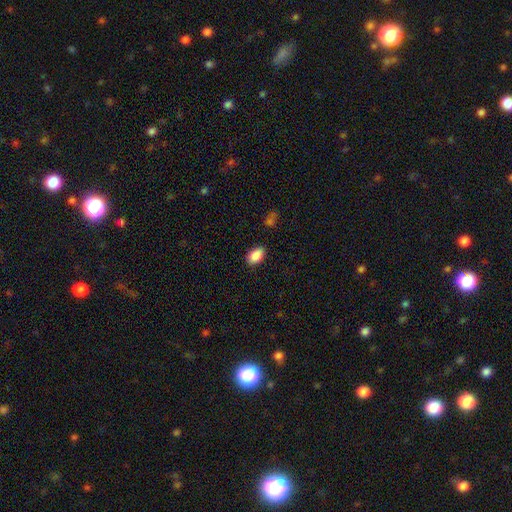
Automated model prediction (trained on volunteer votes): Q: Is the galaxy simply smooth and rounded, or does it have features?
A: smooth — 89%.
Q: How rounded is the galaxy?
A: in between — 90%.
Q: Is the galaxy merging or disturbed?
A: none — 85%.